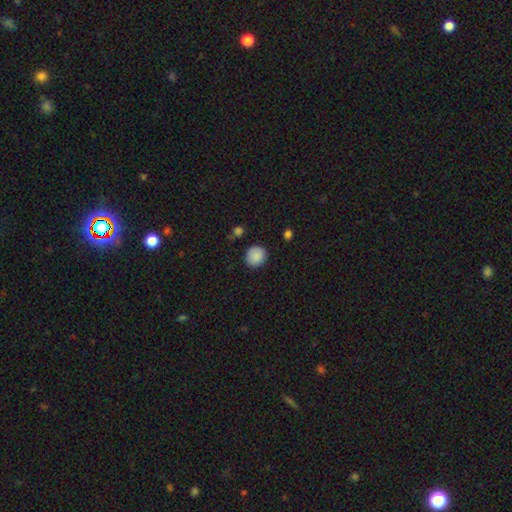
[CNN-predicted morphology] A smooth galaxy with no disk features (88%) that is round (86%).

Vote fractions:
- Smooth or featured? smooth: 88% / star or artifact: 8% / featured or disk: 4%
- How rounded? round: 86% / in between: 13% / cigar-shaped: 1%
- Merging? none: 86% / minor disturbance: 10% / major disturbance: 3% / merger: 2%